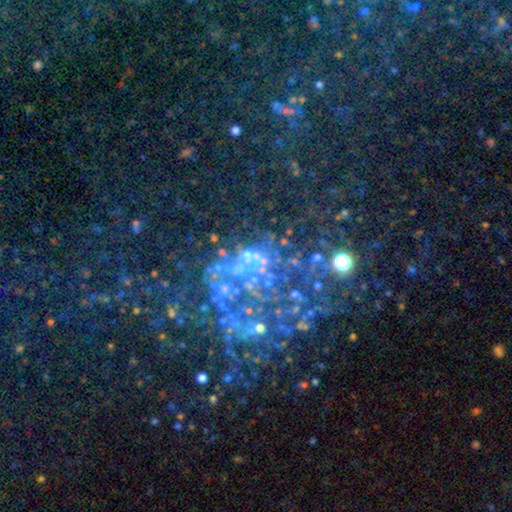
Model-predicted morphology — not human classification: Smooth or featured? featured or disk (49%)
Merging? none (46%)